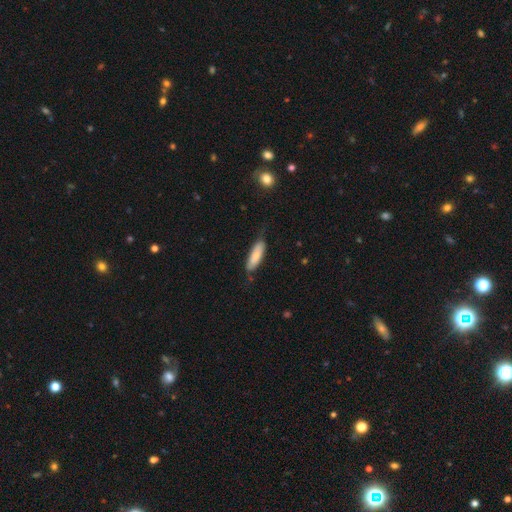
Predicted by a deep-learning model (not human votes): A smooth galaxy with no disk features (76%) that is cigar-shaped (49%, tied with in between).

Vote fractions:
- Smooth or featured? smooth: 76% / featured or disk: 18% / star or artifact: 6%
- How rounded? cigar-shaped: 49% (tied) / in between: 49% (tied) / round: 2%
- Merging? none: 63% / minor disturbance: 27% / major disturbance: 7% / merger: 2%